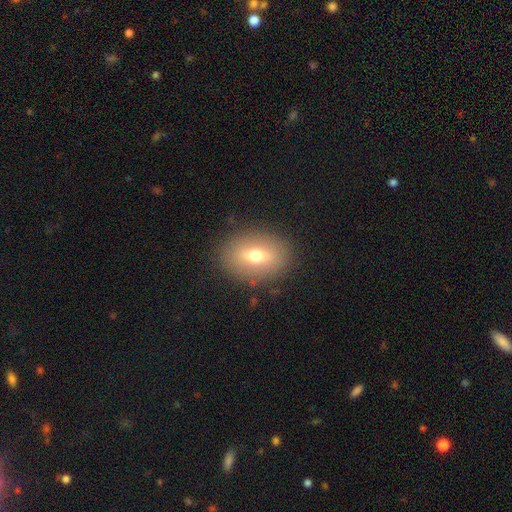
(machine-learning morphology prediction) A smooth galaxy with no disk features (61%) that is in between round and cigar-shaped (71%). Merging: none (86%).